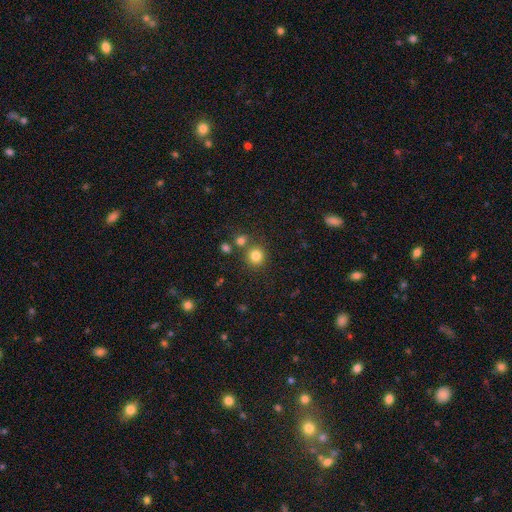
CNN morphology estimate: This is clearly a smooth galaxy (82%). How rounded: clearly round (91%). Merging: likely none (78%).